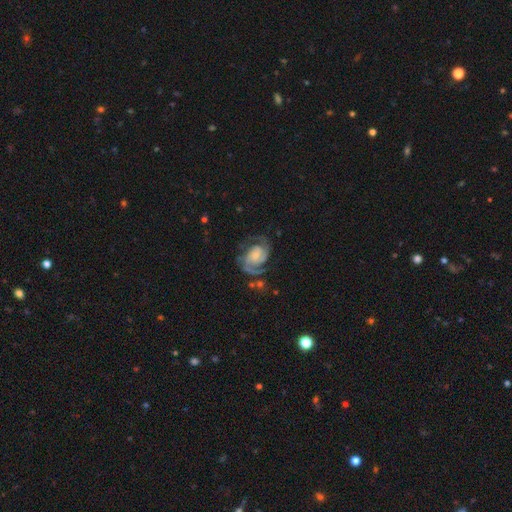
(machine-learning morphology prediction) Smooth or featured?
  - featured or disk: 89% *
  - smooth: 6%
  - star or artifact: 5%
Edge-on disk?
  - no: 98% *
  - yes: 2%
Bar?
  - no: 52% *
  - weak: 38%
  - strong: 10%
Spiral arms?
  - yes: 98% *
  - no: 2%
Spiral winding?
  - medium: 50% *
  - tight: 38%
  - loose: 13%
Spiral arm count?
  - 2: 75% *
  - 3: 11%
  - can't tell: 6%
  - 1: 3%
  - 4: 2%
  - more than 4: 2%
Bulge size?
  - small: 47% *
  - moderate: 26%
  - none: 18%
  - large: 8%
  - dominant: 2%
Merging?
  - none: 64% *
  - minor disturbance: 18%
  - major disturbance: 14%
  - merger: 3%